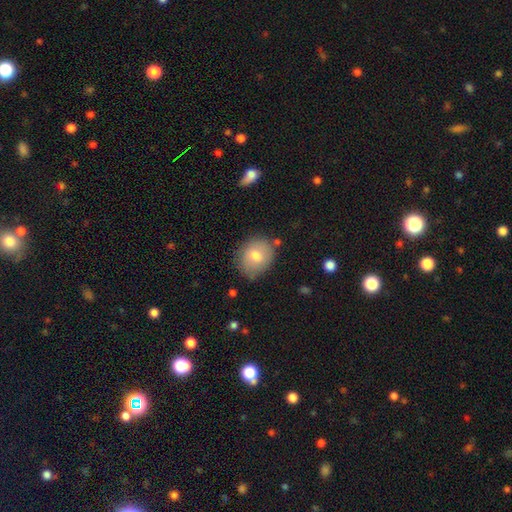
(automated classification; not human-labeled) Smooth or featured? smooth (74%)
How rounded? round (67%)
Merging? none (75%)